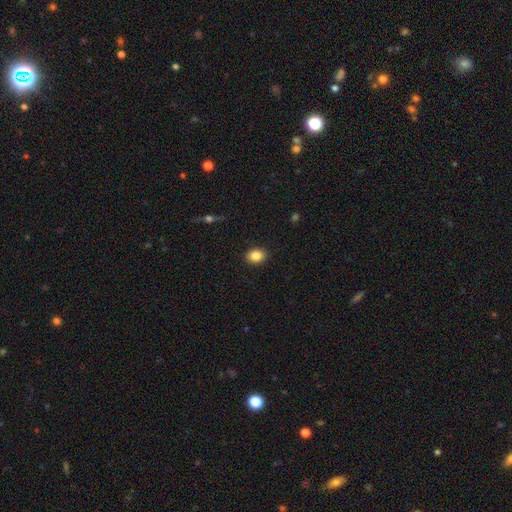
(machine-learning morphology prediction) Overall: smooth (86%). How rounded: in between (58%; round 40%). Merging: none (90%).